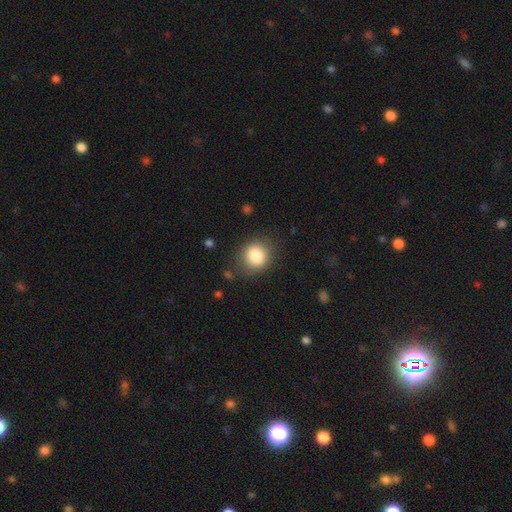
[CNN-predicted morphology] A smooth galaxy with no disk features (84%) that is round (80%). Merging: none (83%).